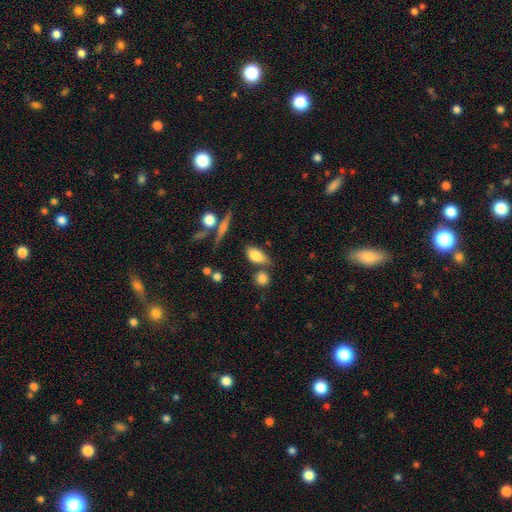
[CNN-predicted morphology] Q: Smooth or featured?
A: smooth (79%); runner-up: featured or disk (12%)
Q: How rounded?
A: in between (85%); runner-up: cigar-shaped (8%)
Q: Merging?
A: none (61%); runner-up: minor disturbance (17%)